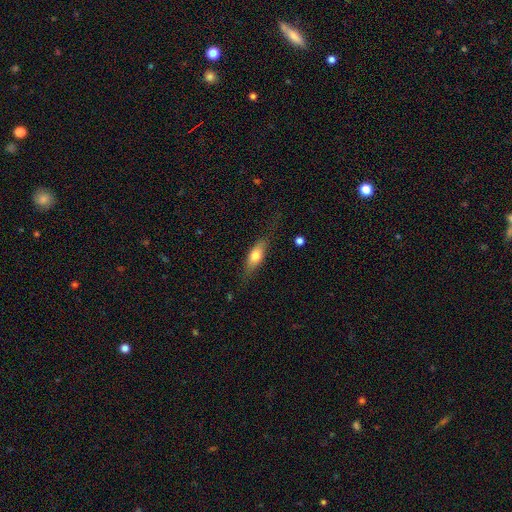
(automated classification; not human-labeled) This appears to be a smooth galaxy with no disk features (66%) that is in between round and cigar-shaped (65%). Merging: none (71%).